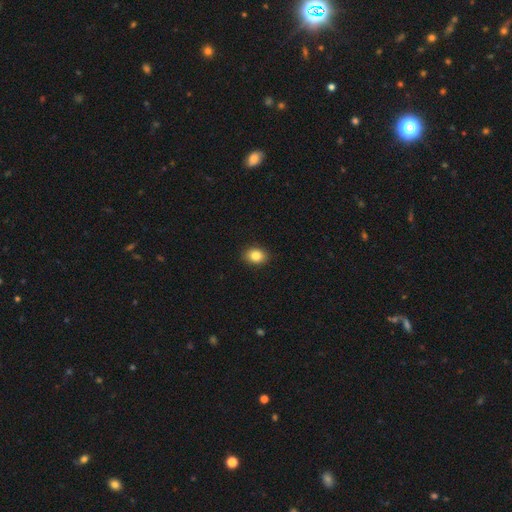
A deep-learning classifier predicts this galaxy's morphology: Q: Smooth or featured?
A: smooth (85%); runner-up: star or artifact (9%)
Q: How rounded?
A: in between (63%); runner-up: round (36%)
Q: Merging?
A: none (90%); runner-up: minor disturbance (8%)